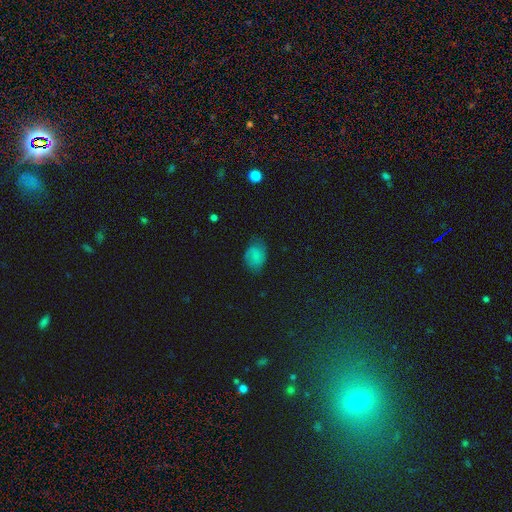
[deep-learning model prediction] This is likely a smooth galaxy (67%). How rounded: likely in between (78%). Merging: likely none (63%).